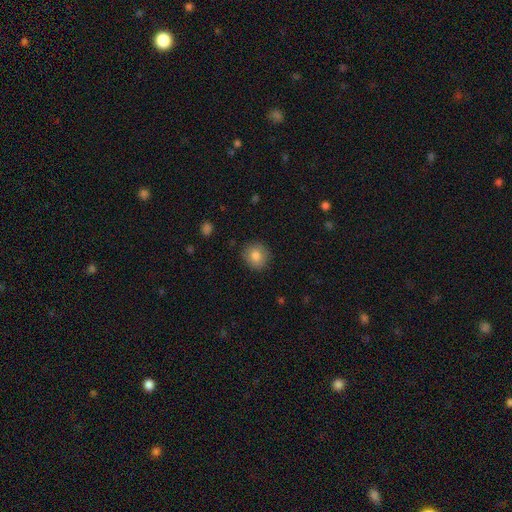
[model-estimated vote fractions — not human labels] smooth_or_featured: smooth (p=0.82) [alt: featured or disk p=0.09]
how_rounded: round (p=0.84) [alt: in between p=0.15]
merging: none (p=0.87) [alt: minor disturbance p=0.10]